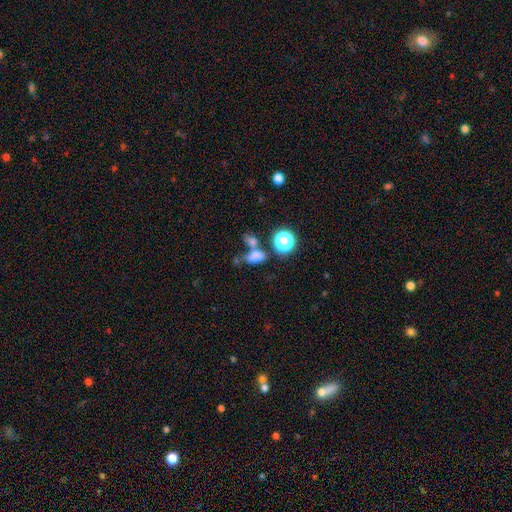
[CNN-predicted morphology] This appears to be a smooth galaxy with no disk features (72%) that is in between round and cigar-shaped (78%). Merging: none (39%).